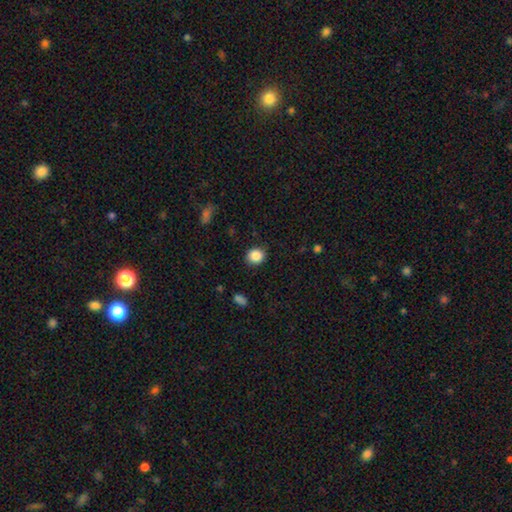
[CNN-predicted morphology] Smooth or featured? Predicted: smooth (p=0.87). How rounded? Predicted: round (p=0.82). Merging? Predicted: none (p=0.87).